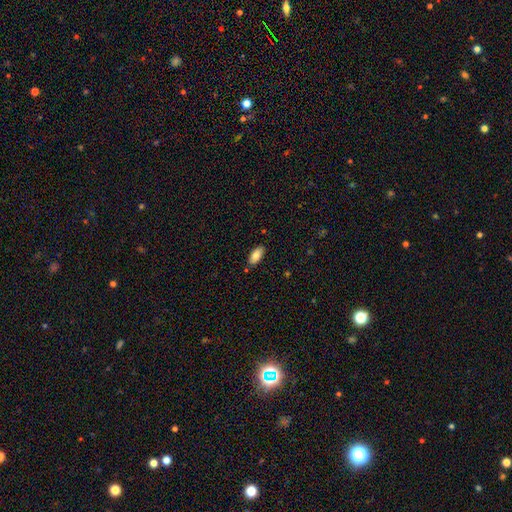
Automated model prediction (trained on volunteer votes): smooth 81%, featured or disk 12%, star or artifact 7%. Down the decision tree: how rounded — in between (91%); merging — none (85%).